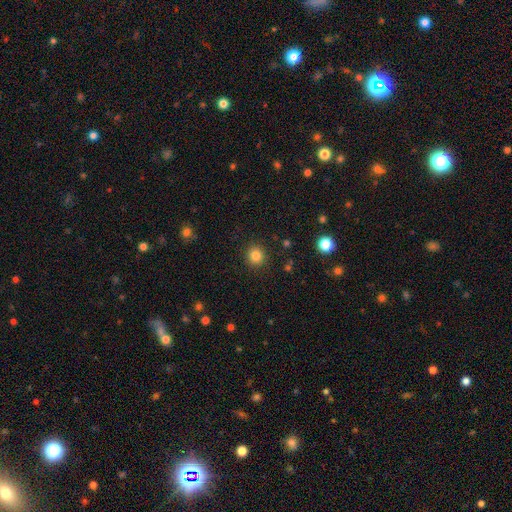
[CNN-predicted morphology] smooth 84%, star or artifact 12%, featured or disk 5%. Down the decision tree: how rounded — round (91%); merging — none (90%).